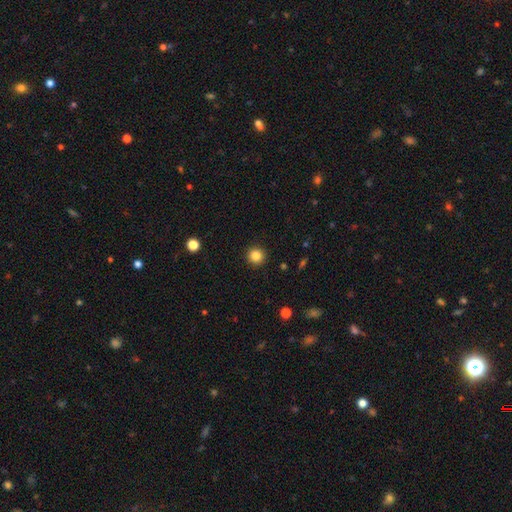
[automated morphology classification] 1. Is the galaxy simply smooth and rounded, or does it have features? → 85% smooth, 11% star or artifact, 4% featured or disk.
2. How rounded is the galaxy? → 95% round, 4% in between, 1% cigar-shaped.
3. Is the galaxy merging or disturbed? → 93% none, 5% minor disturbance, 2% major disturbance, 1% merger.